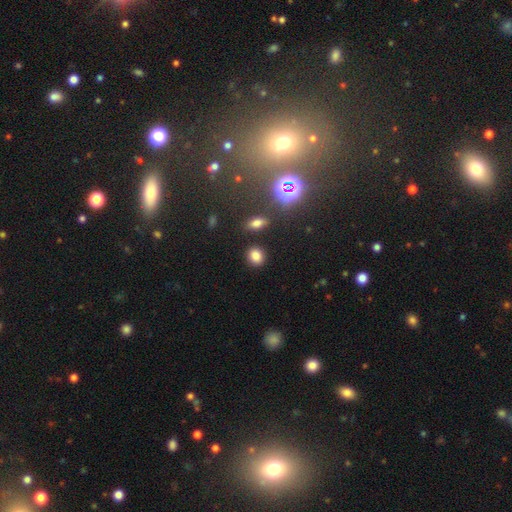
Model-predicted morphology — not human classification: smooth_or_featured: smooth (p=0.80) [alt: star or artifact p=0.15]
how_rounded: round (p=0.65) [alt: in between p=0.33]
merging: none (p=0.86) [alt: minor disturbance p=0.08]